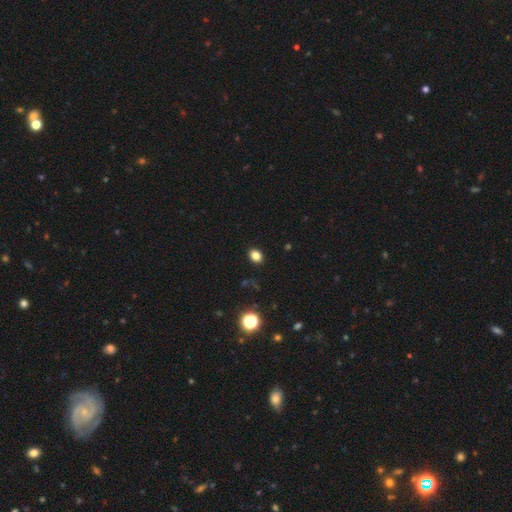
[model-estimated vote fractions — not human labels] Smooth or featured: smooth — 82% (star or artifact — 13%)
How rounded: in between — 57% (round — 42%)
Merging: none — 89% (minor disturbance — 8%)